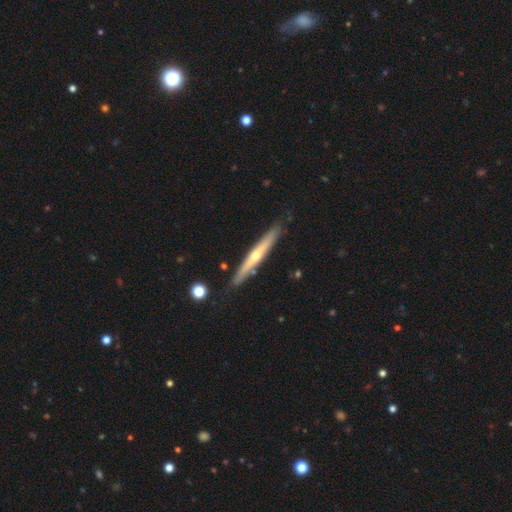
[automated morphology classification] This appears to be a featured or disk galaxy (65%) viewed edge-on (95%) with a rounded central bulge (77%). Merging: none (85%).